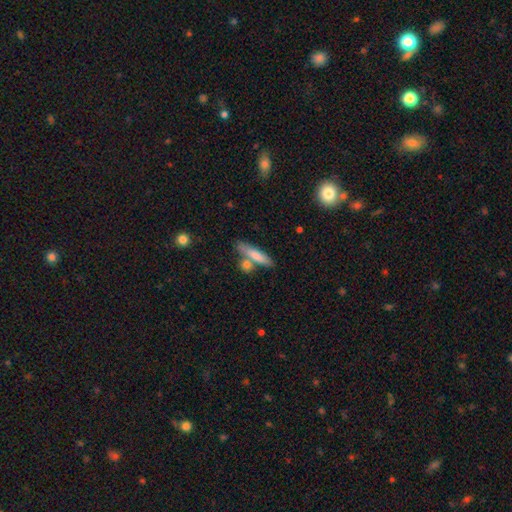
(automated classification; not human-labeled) Smooth or featured? smooth (75%)
How rounded? cigar-shaped (79%)
Merging? none (61%)